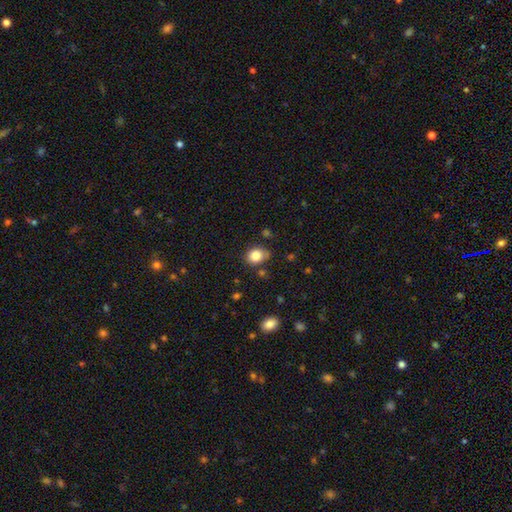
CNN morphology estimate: Overall: smooth (83%). How rounded: round (56%; in between 43%). Merging: none (72%).